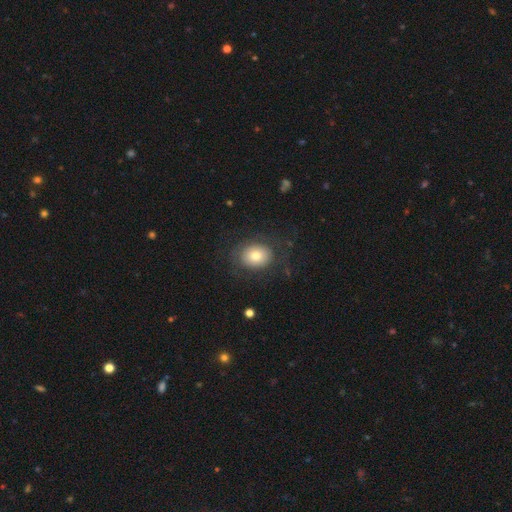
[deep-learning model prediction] Smooth or featured? smooth (73%)
How rounded? round (54%)
Merging? none (75%)